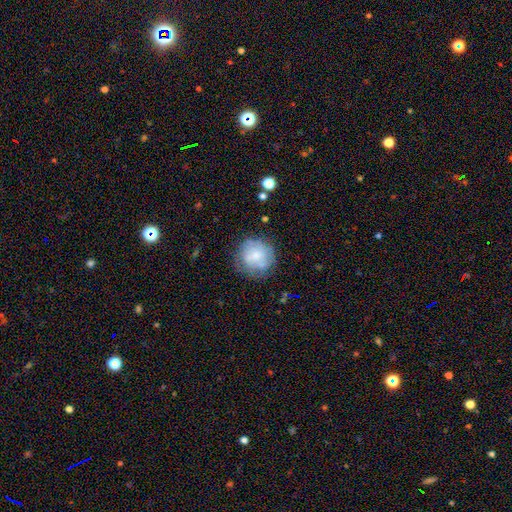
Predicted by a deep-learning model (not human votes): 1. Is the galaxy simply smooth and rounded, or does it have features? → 57% smooth, 34% featured or disk, 8% star or artifact.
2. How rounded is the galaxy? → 90% round, 9% in between, 1% cigar-shaped.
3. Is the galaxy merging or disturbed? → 67% none, 21% minor disturbance, 10% major disturbance, 2% merger.